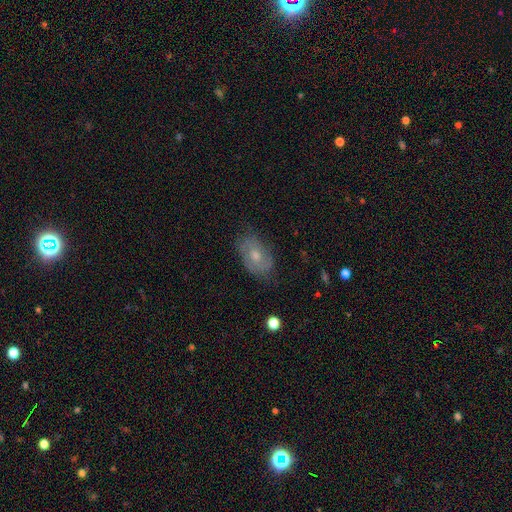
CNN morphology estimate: Q: Smooth or featured?
A: featured or disk (55%); runner-up: smooth (35%)
Q: Edge-on disk?
A: no (94%); runner-up: yes (6%)
Q: Bar?
A: no (73%); runner-up: weak (24%)
Q: Spiral arms?
A: yes (75%); runner-up: no (25%)
Q: Bulge size?
A: moderate (64%); runner-up: small (29%)
Q: Merging?
A: none (73%); runner-up: minor disturbance (20%)